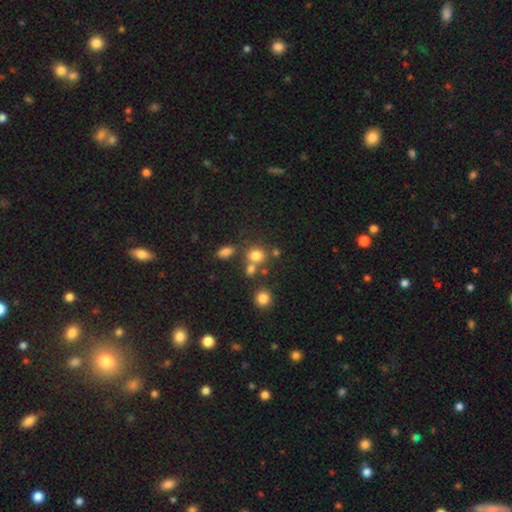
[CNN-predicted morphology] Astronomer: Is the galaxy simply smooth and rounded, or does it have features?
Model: smooth — 76%.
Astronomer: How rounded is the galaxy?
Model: round — 67%.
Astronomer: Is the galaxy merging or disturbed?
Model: none — 59%.